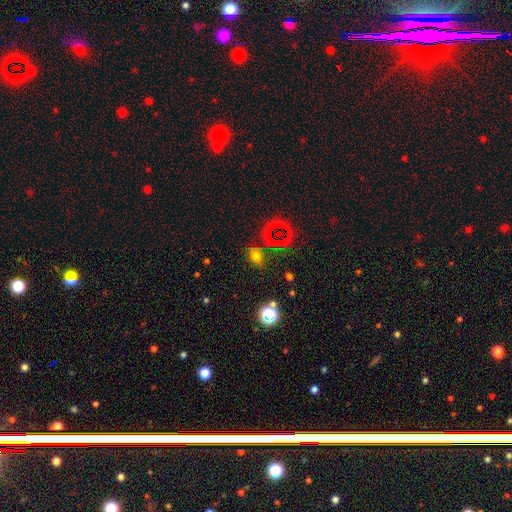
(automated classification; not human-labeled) Overall: smooth (60%; star or artifact 31%). How rounded: in between (63%; round 35%). Merging: none (76%).